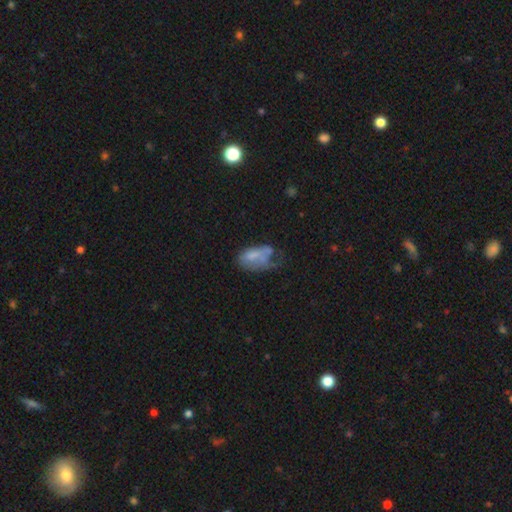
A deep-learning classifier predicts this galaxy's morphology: A smooth galaxy with no disk features (56%) that is in between round and cigar-shaped (90%). Merging: major disturbance (40%).